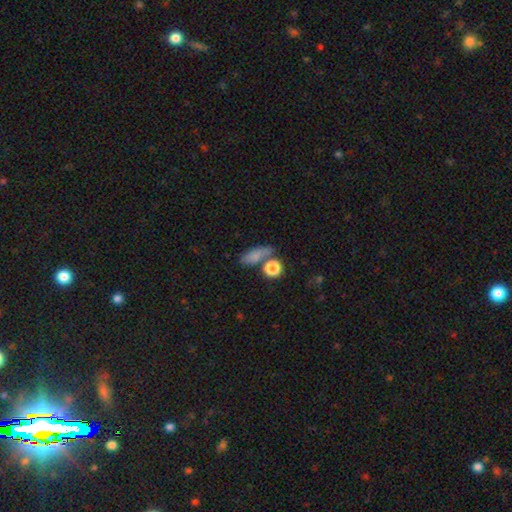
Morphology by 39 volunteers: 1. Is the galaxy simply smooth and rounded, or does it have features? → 87% smooth, 8% featured or disk, 5% star or artifact.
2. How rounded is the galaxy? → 71% in between, 21% cigar-shaped, 9% round.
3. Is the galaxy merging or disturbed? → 57% none, 22% merger, 16% minor disturbance, 5% major disturbance.